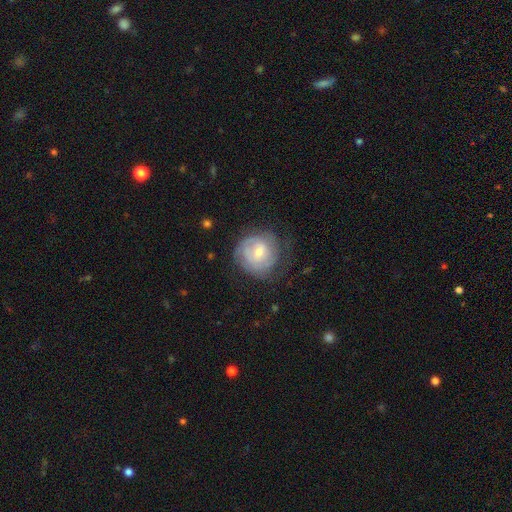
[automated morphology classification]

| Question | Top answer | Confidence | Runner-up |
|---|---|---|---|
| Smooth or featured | featured or disk | 60% | smooth (30%) |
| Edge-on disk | no | 97% | yes (3%) |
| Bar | no | 56% | weak (36%) |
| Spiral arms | yes | 80% | no (20%) |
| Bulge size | moderate | 50% | small (43%) |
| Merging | none | 69% | minor disturbance (20%) |